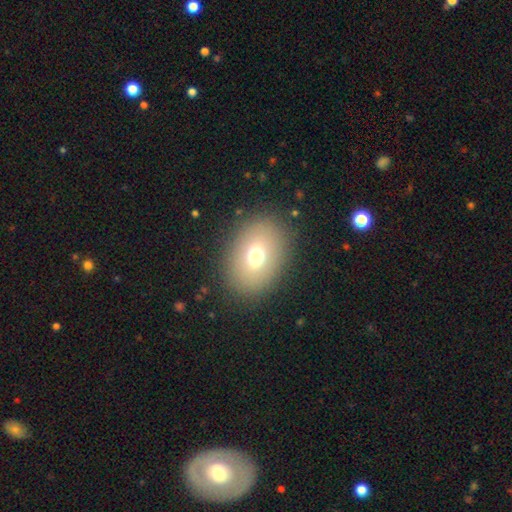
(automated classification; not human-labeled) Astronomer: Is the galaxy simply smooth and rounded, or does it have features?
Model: smooth — 69%.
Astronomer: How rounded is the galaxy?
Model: in between — 69%.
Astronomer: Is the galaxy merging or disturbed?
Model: none — 86%.